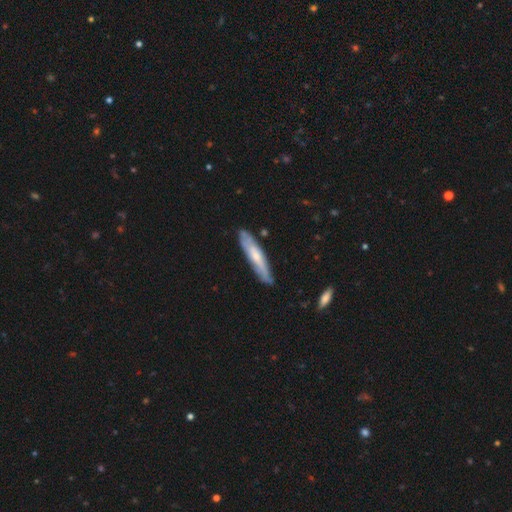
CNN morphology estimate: smooth_or_featured: featured or disk (p=0.48) [alt: smooth p=0.46]
merging: none (p=0.80) [alt: minor disturbance p=0.15]